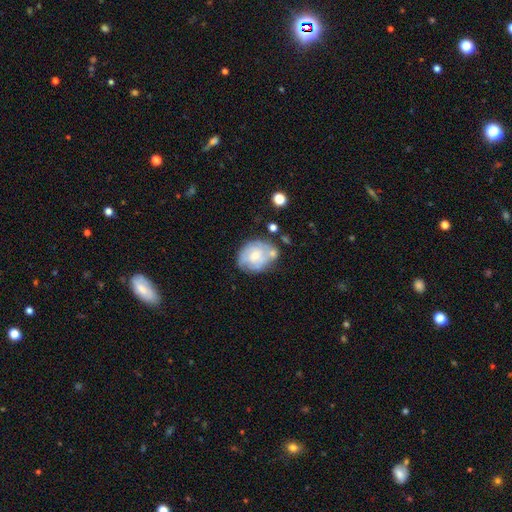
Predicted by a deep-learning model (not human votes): Smooth or featured? Predicted: featured or disk (p=0.55). Edge-on disk? Predicted: no (p=0.97). Bar? Predicted: no (p=0.73). Spiral arms? Predicted: yes (p=0.59). Bulge size? Predicted: moderate (p=0.47). Merging? Predicted: none (p=0.51).